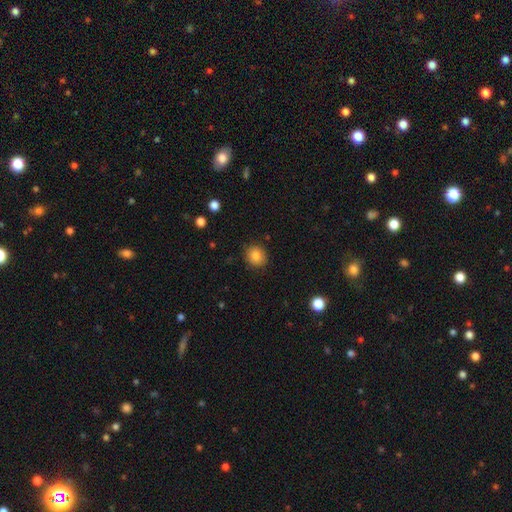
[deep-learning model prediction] Smooth or featured: smooth — 85% (star or artifact — 10%)
How rounded: round — 82% (in between — 17%)
Merging: none — 88% (minor disturbance — 8%)